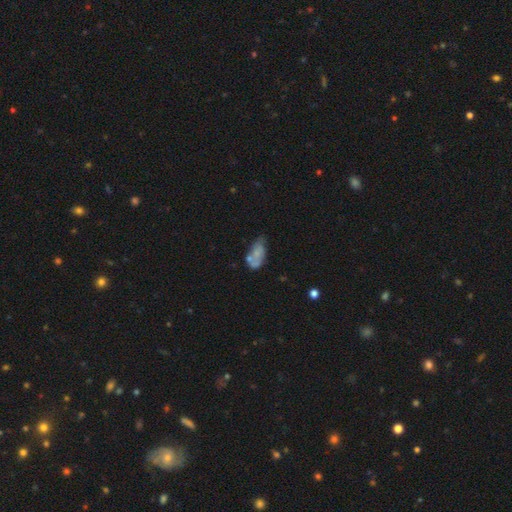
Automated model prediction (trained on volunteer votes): Smooth or featured?
  - smooth: 57% *
  - featured or disk: 34%
  - star or artifact: 10%
How rounded?
  - in between: 90% *
  - cigar-shaped: 5%
  - round: 5%
Merging?
  - none: 33% *
  - minor disturbance: 30%
  - merger: 19%
  - major disturbance: 18%